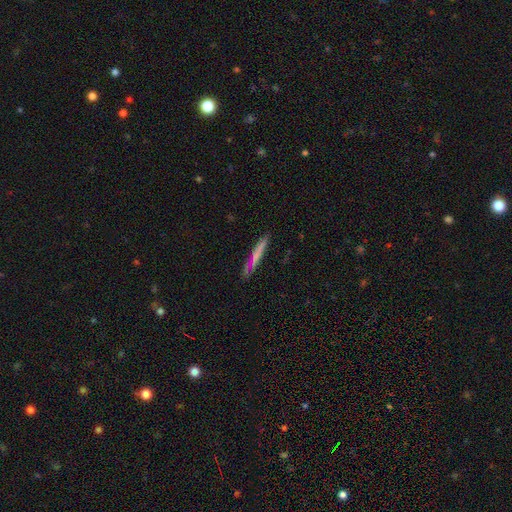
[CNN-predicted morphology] Smooth or featured? smooth (59%)
How rounded? cigar-shaped (95%)
Merging? none (77%)